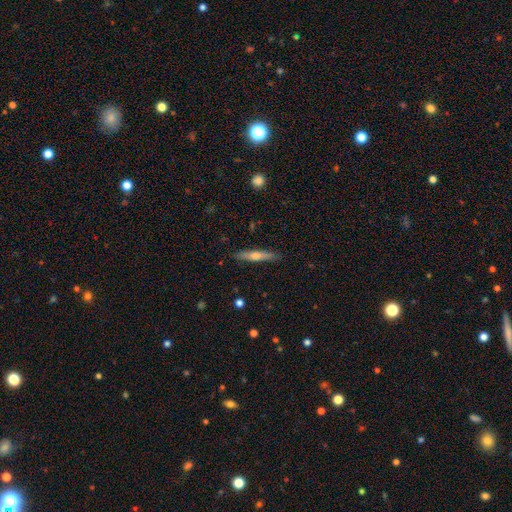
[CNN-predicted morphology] featured or disk 53%, smooth 40%, star or artifact 7%. Down the decision tree: edge-on disk — yes (94%); merging — none (90%).